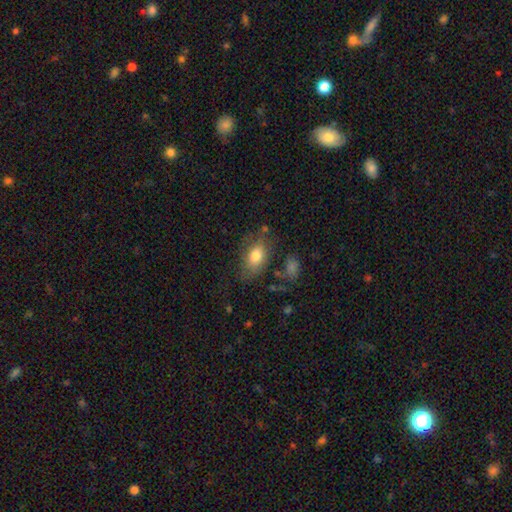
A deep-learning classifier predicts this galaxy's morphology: type=smooth (78%); roundness=in between (86%); merging=none (67%).